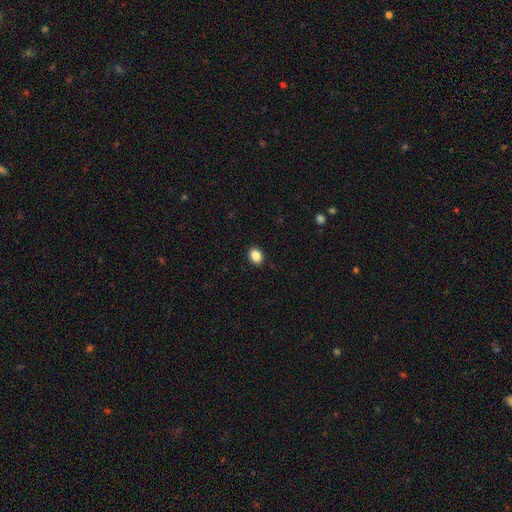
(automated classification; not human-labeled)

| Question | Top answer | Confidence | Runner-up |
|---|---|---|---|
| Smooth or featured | smooth | 87% | star or artifact (9%) |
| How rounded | in between | 63% | round (36%) |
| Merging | none | 91% | minor disturbance (7%) |